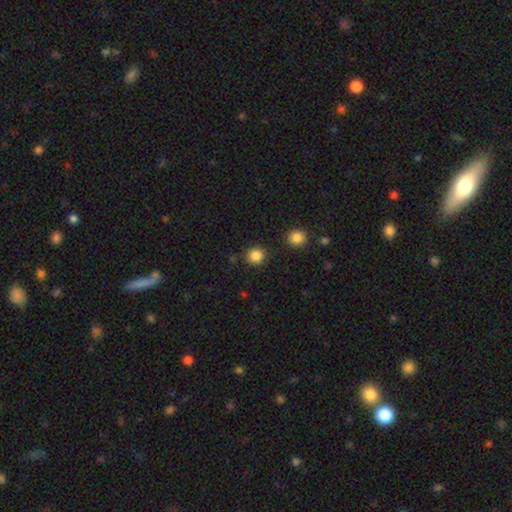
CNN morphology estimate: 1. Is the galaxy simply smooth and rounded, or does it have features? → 86% smooth, 11% star or artifact, 3% featured or disk.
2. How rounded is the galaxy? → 90% round, 9% in between, 1% cigar-shaped.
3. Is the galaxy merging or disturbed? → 88% none, 7% minor disturbance, 3% merger, 2% major disturbance.